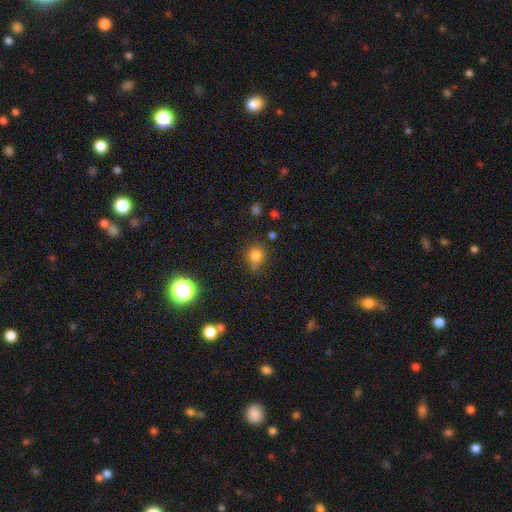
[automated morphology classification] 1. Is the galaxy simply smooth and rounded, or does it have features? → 78% smooth, 15% star or artifact, 7% featured or disk.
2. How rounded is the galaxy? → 83% round, 16% in between, 1% cigar-shaped.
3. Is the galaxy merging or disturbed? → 67% none, 19% minor disturbance, 9% merger, 5% major disturbance.